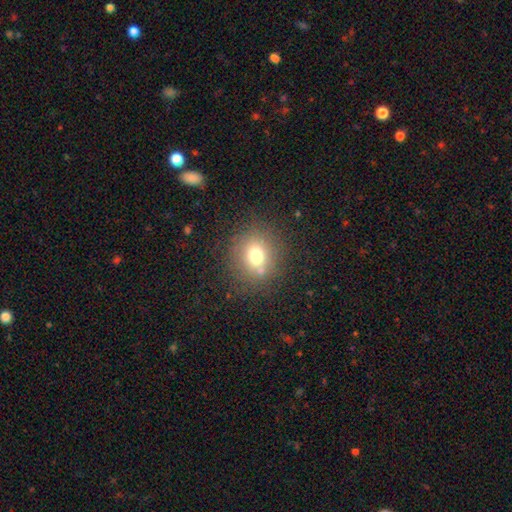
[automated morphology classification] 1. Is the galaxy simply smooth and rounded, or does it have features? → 70% smooth, 16% star or artifact, 14% featured or disk.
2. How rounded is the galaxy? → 80% round, 19% in between, 1% cigar-shaped.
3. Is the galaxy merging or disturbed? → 77% none, 12% minor disturbance, 6% merger, 5% major disturbance.